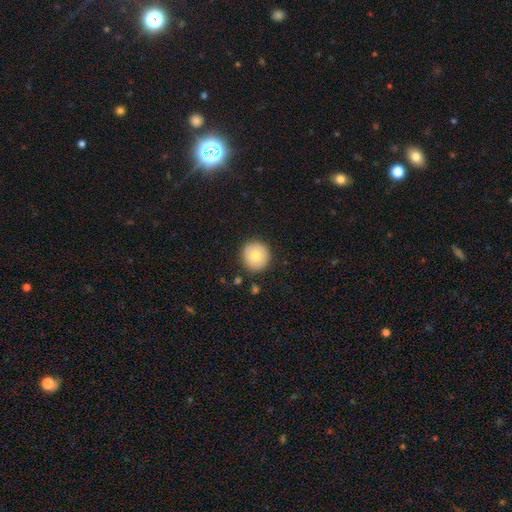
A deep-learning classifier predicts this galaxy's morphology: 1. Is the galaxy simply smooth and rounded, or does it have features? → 77% smooth, 15% featured or disk, 8% star or artifact.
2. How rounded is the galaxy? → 95% round, 5% in between, 1% cigar-shaped.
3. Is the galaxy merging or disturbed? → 88% none, 8% minor disturbance, 2% major disturbance, 2% merger.